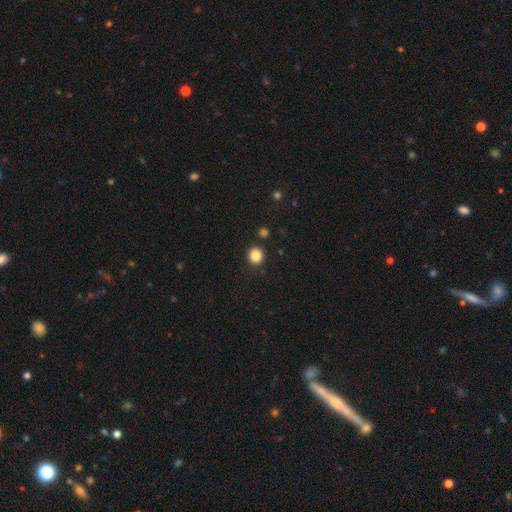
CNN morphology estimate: A smooth galaxy with no disk features (86%) that is round (87%).

Vote fractions:
- Smooth or featured? smooth: 86% / star or artifact: 11% / featured or disk: 4%
- How rounded? round: 87% / in between: 12% / cigar-shaped: 1%
- Merging? none: 89% / minor disturbance: 6% / merger: 3% / major disturbance: 2%